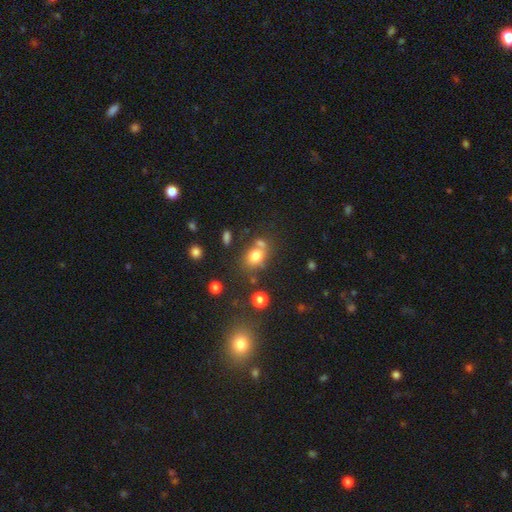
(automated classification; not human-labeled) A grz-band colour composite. It shows a smooth galaxy with no disk features (74%) that is round (52%). Merging: none (52%).